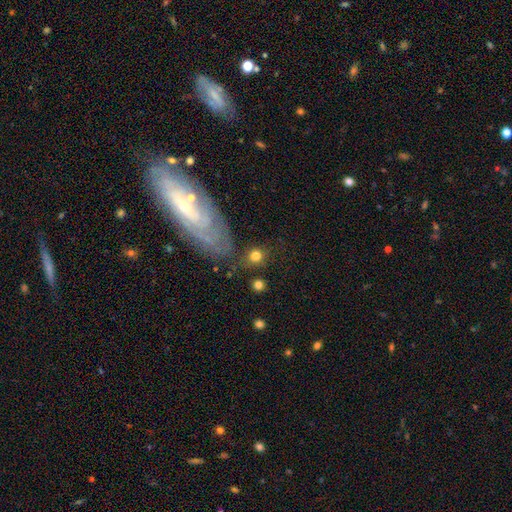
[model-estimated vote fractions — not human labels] Smooth or featured: smooth — 78% (featured or disk — 12%)
How rounded: round — 85% (in between — 14%)
Merging: none — 76% (minor disturbance — 11%)